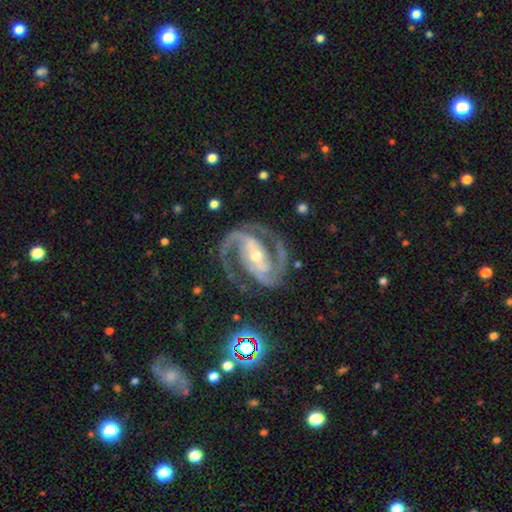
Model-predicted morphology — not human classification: Smooth or featured? Predicted: featured or disk (p=0.93). Edge-on disk? Predicted: no (p=0.98). Bar? Predicted: strong (p=0.54). Spiral arms? Predicted: yes (p=0.99). Spiral winding? Predicted: medium (p=0.61). Spiral arm count? Predicted: 2 (p=0.91). Bulge size? Predicted: small (p=0.52). Merging? Predicted: none (p=0.79).